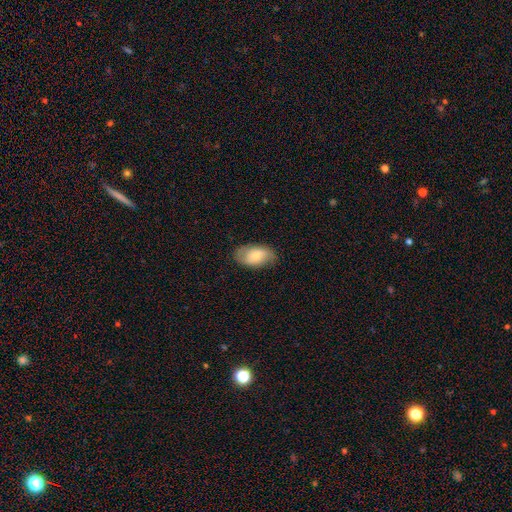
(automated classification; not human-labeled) Morphology: type=smooth (62%); roundness=in between (93%); merging=none (76%).